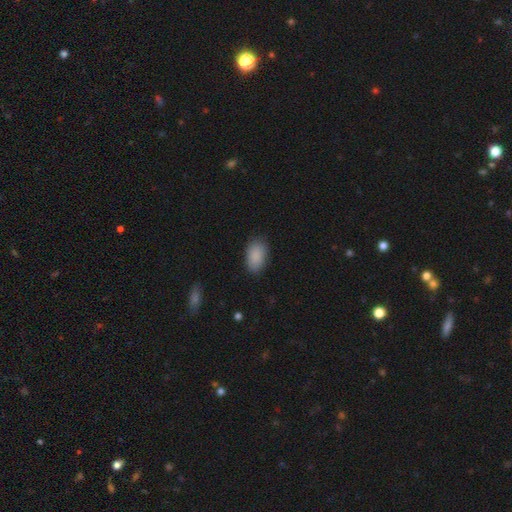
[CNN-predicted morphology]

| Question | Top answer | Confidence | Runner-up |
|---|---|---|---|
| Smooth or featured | smooth | 89% | star or artifact (7%) |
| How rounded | in between | 92% | round (7%) |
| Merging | none | 83% | minor disturbance (13%) |